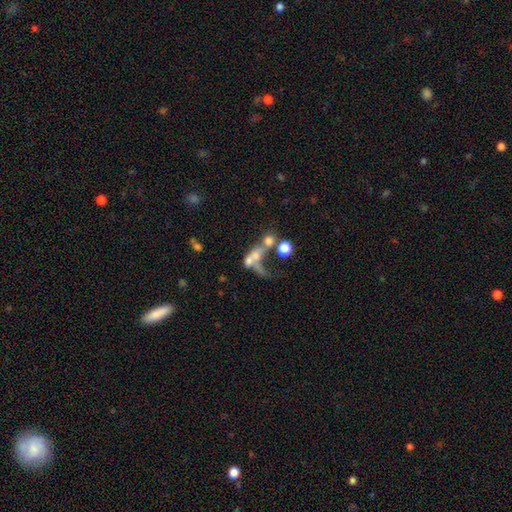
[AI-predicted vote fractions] A smooth galaxy with no disk features (44%).

Vote fractions:
- Smooth or featured? smooth: 44% / featured or disk: 39% / star or artifact: 17%
- Merging? merger: 52% / major disturbance: 25% / none: 16% / minor disturbance: 7%